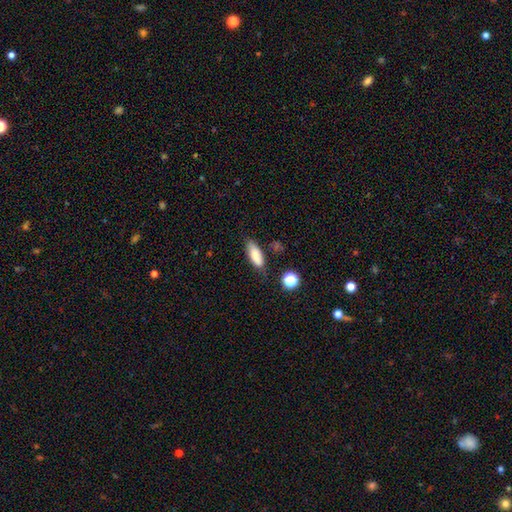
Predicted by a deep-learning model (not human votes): Overall: smooth (82%). How rounded: in between (70%). Merging: none (71%).